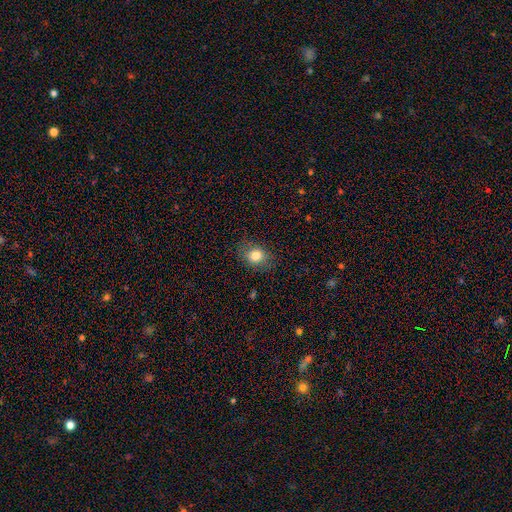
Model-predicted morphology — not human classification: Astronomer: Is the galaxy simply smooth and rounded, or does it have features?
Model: smooth — 81%.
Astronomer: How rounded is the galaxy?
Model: in between — 50% (runner-up: round, 49%).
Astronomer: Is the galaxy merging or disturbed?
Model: none — 84%.